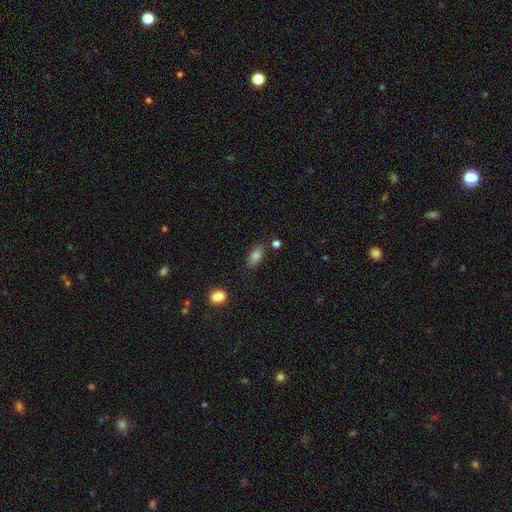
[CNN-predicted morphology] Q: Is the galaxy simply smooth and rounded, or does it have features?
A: smooth — 82%.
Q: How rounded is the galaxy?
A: in between — 85%.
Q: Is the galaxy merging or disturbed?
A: none — 77%.